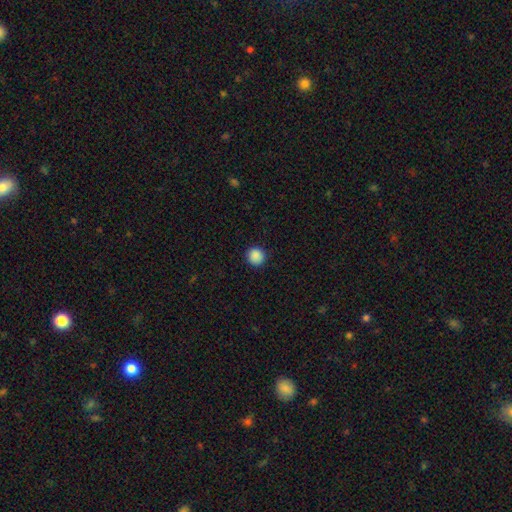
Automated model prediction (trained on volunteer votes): smooth-or-featured: smooth: 88% | star or artifact: 10% | featured or disk: 2%
  how-rounded: round: 94% | in between: 5% | cigar-shaped: 1%
  merging: none: 91% | minor disturbance: 6% | major disturbance: 2% | merger: 1%